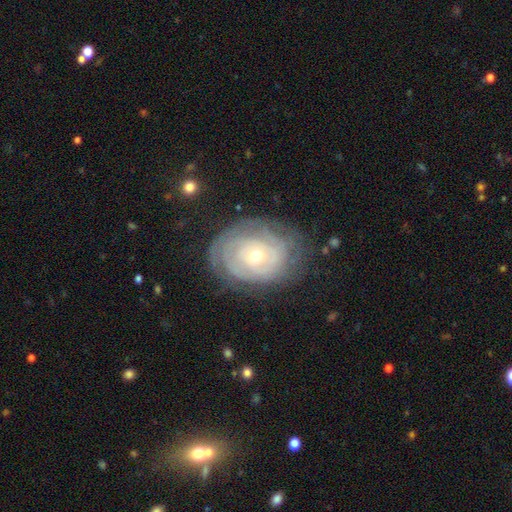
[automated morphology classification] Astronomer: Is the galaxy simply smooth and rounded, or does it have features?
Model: featured or disk — 77%.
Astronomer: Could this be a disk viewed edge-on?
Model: no — 96%.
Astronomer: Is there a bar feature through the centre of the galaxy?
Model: no — 81%.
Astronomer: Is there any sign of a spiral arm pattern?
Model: yes — 85%.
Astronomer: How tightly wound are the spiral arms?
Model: tight — 82%.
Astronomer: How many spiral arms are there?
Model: can't tell — 54%.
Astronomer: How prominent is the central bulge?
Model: small — 57% (runner-up: moderate, 40%).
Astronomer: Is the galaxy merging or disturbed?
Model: none — 73%.